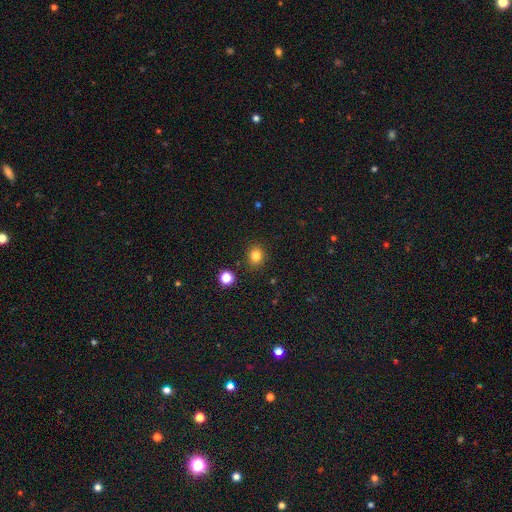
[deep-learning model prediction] This appears to be a smooth galaxy with no disk features (82%) that is round (73%). Merging: none (88%).